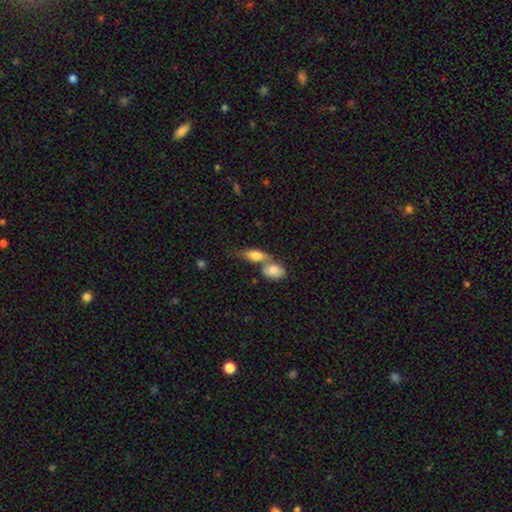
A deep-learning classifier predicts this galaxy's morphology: Smooth or featured? Predicted: smooth (p=0.76). How rounded? Predicted: in between (p=0.78). Merging? Predicted: merger (p=0.58).